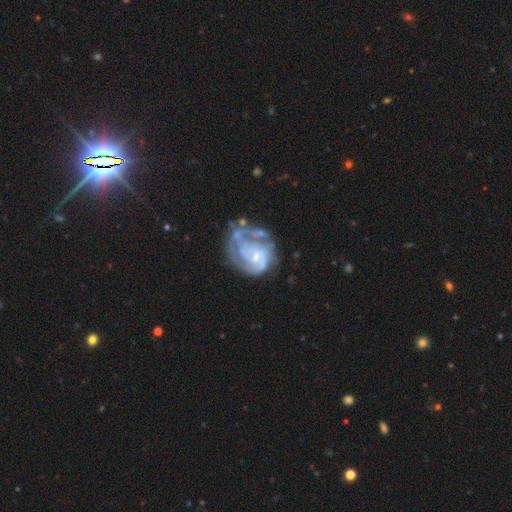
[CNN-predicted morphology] The model was most divided on "merging": none: 35%, major disturbance: 34%, minor disturbance: 21%, merger: 9%. Remaining: edge-on disk — no (98%); spiral arms — yes (82%); smooth or featured — featured or disk (79%); bar — no (64%); bulge size — small (56%); spiral winding — tight (48%); spiral arm count — can't tell (32%).